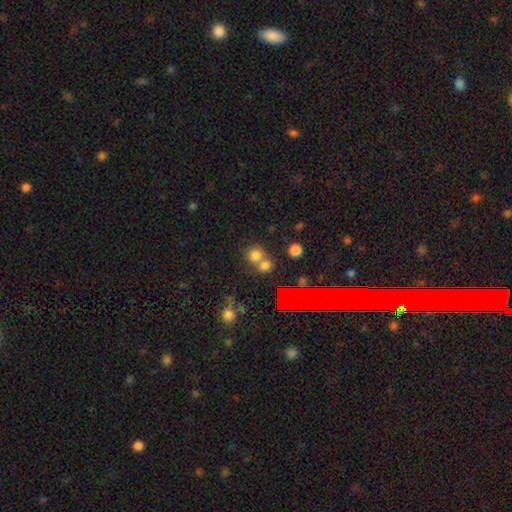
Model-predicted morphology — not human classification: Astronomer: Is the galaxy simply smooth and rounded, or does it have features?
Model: smooth — 69%.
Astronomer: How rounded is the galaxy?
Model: round — 83%.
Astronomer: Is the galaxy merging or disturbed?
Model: merger — 45% (runner-up: none, 44%).